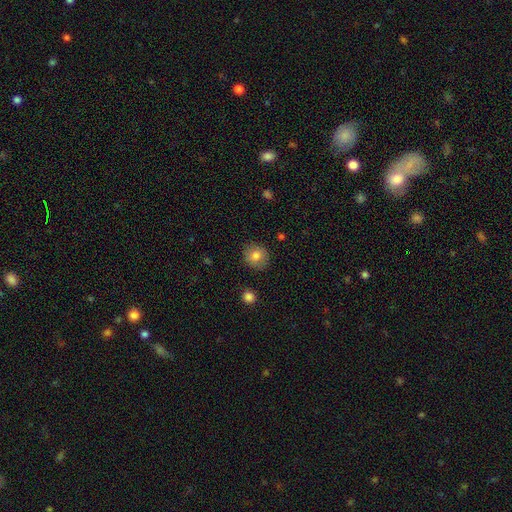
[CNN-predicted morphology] This is clearly a smooth galaxy (81%). How rounded: clearly round (86%). Merging: clearly none (87%).